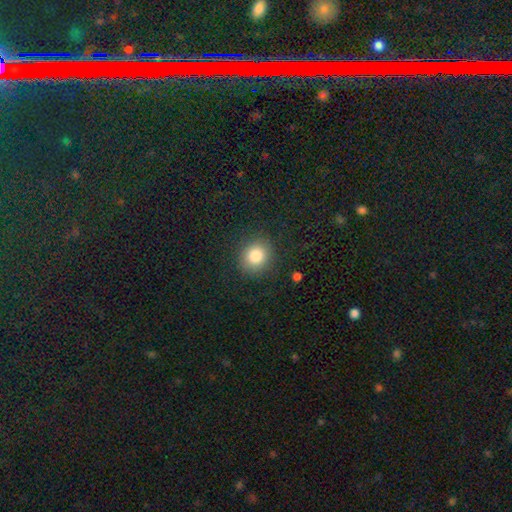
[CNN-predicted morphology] smooth_or_featured: smooth (p=0.82) [alt: star or artifact p=0.11]
how_rounded: round (p=0.77) [alt: in between p=0.22]
merging: none (p=0.87) [alt: minor disturbance p=0.08]